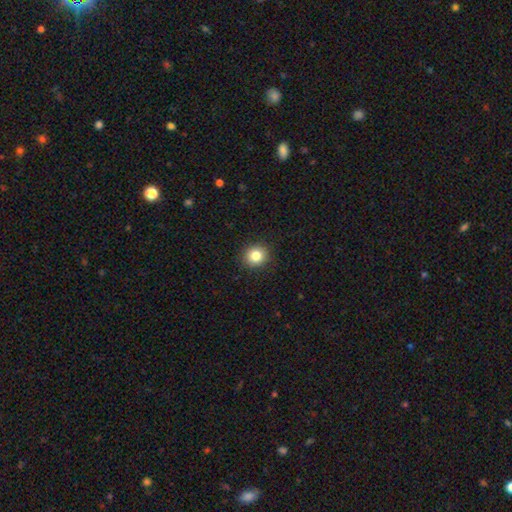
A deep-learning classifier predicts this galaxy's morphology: Smooth or featured: smooth — 82% (star or artifact — 11%)
How rounded: round — 86% (in between — 13%)
Merging: none — 91% (minor disturbance — 6%)